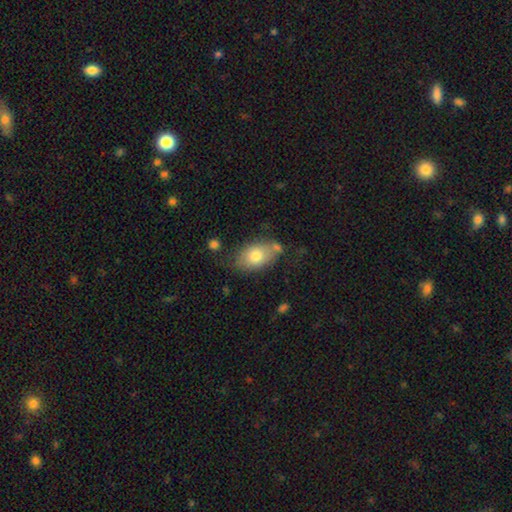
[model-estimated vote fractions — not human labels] Morphology: type=smooth (74%); roundness=in between (87%); merging=none (63%).